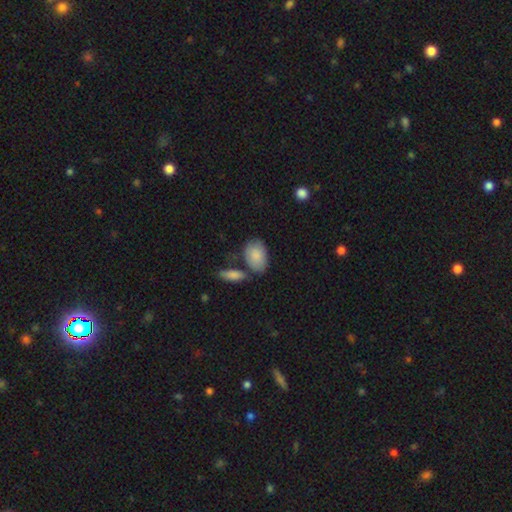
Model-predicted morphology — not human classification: The model was most divided on "merging": none: 59%, minor disturbance: 18%, merger: 18%, major disturbance: 6%. More confident: how rounded — in between (88%); smooth or featured — smooth (85%).